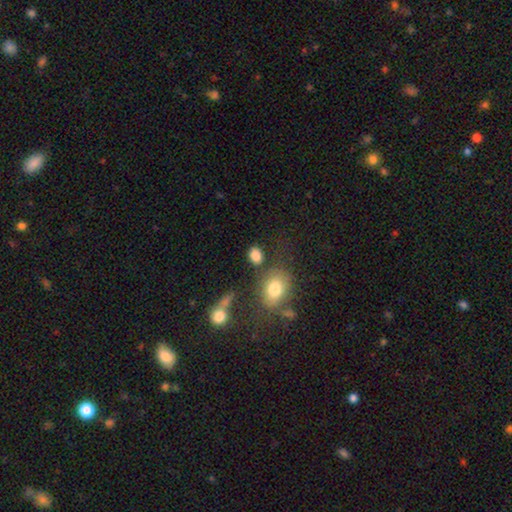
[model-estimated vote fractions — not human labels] A smooth galaxy with no disk features (84%) that is in between round and cigar-shaped (70%). Merging: none (68%).